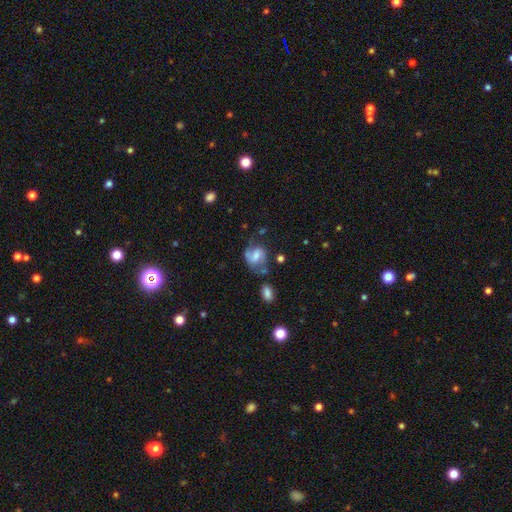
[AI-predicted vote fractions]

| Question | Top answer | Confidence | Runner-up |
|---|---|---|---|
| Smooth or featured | featured or disk | 52% | smooth (38%) |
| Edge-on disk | no | 96% | yes (4%) |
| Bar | weak | 46% | no (34%) |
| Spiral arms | yes | 79% | no (21%) |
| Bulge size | moderate | 38% | small (29%) |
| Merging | none | 45% | minor disturbance (24%) |